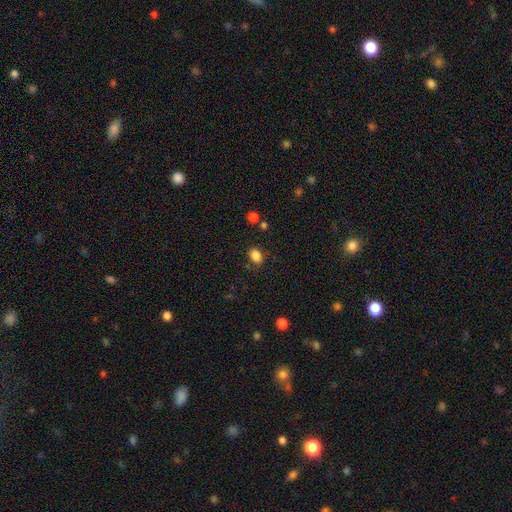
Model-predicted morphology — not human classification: type=smooth (85%); roundness=in between (72%); merging=none (78%).